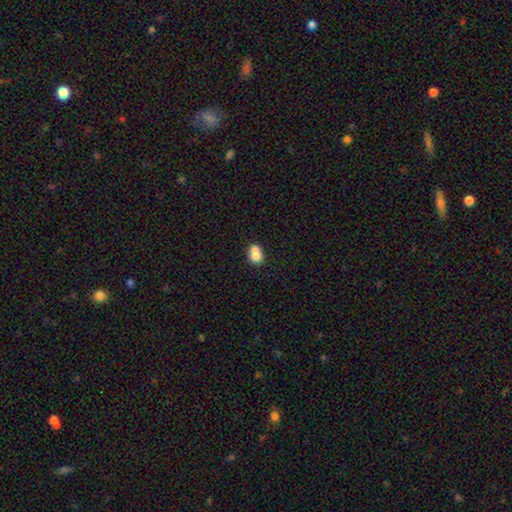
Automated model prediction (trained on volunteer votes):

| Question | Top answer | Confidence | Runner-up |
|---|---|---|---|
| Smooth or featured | smooth | 76% | featured or disk (15%) |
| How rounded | in between | 57% | round (42%) |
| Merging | merger | 44% | none (36%) |